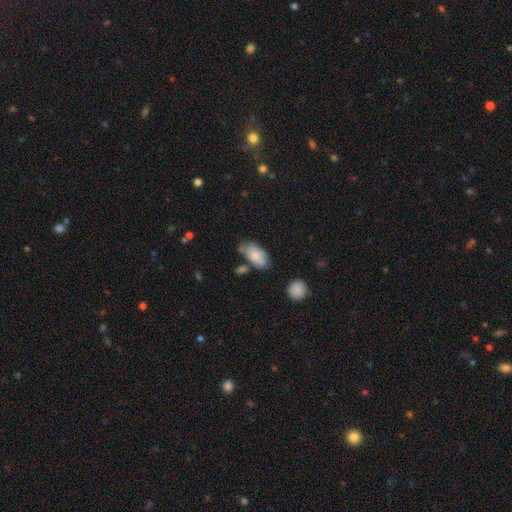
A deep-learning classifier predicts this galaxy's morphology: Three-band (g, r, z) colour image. It shows a smooth galaxy with no disk features (76%) that is in between round and cigar-shaped (92%). Merging: none (49%).